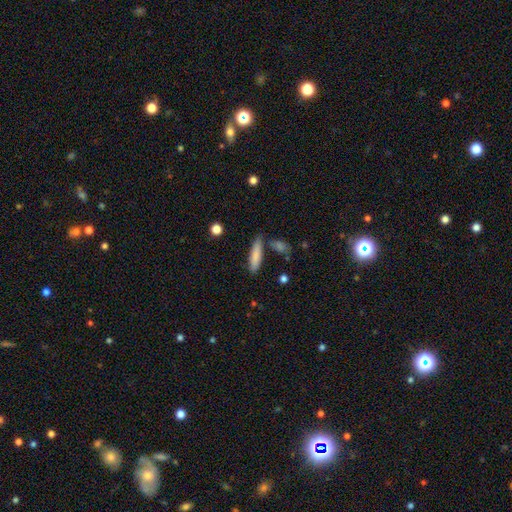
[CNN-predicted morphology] smooth_or_featured: smooth (p=0.82) [alt: featured or disk p=0.12]
how_rounded: cigar-shaped (p=0.74) [alt: in between p=0.24]
merging: none (p=0.73) [alt: minor disturbance p=0.15]